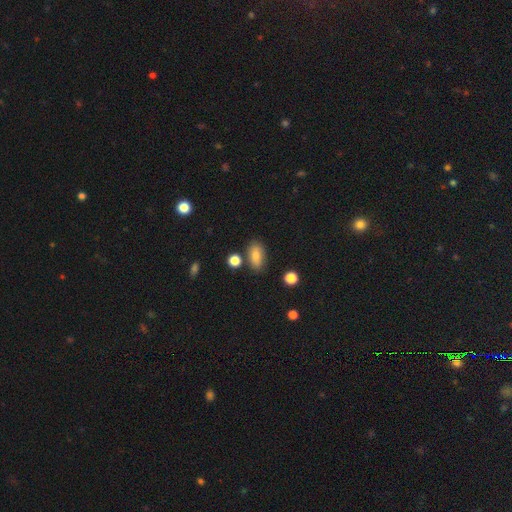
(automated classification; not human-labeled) A smooth galaxy with no disk features (79%) that is in between round and cigar-shaped (88%).

Vote fractions:
- Smooth or featured? smooth: 79% / featured or disk: 11% / star or artifact: 9%
- How rounded? in between: 88% / round: 7% / cigar-shaped: 5%
- Merging? none: 78% / minor disturbance: 13% / merger: 5% / major disturbance: 3%